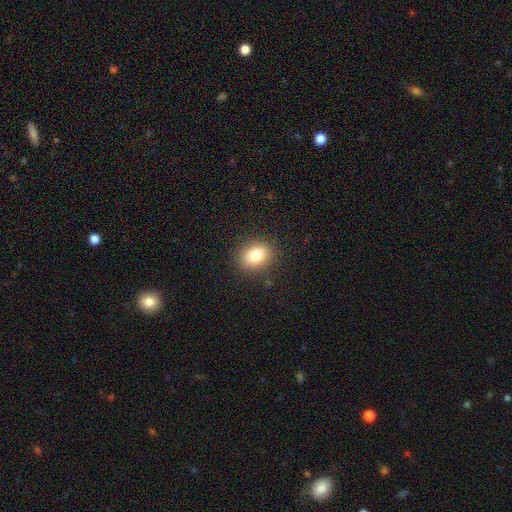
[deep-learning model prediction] Smooth or featured?
  - smooth: 81% *
  - star or artifact: 10%
  - featured or disk: 9%
How rounded?
  - in between: 59% *
  - round: 40%
  - cigar-shaped: 1%
Merging?
  - none: 87% *
  - minor disturbance: 9%
  - major disturbance: 3%
  - merger: 1%